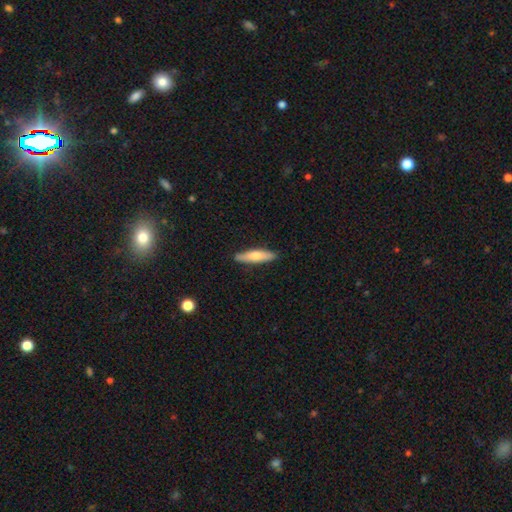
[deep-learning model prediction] Smooth or featured? Predicted: smooth (p=0.64). How rounded? Predicted: cigar-shaped (p=0.78). Merging? Predicted: none (p=0.89).